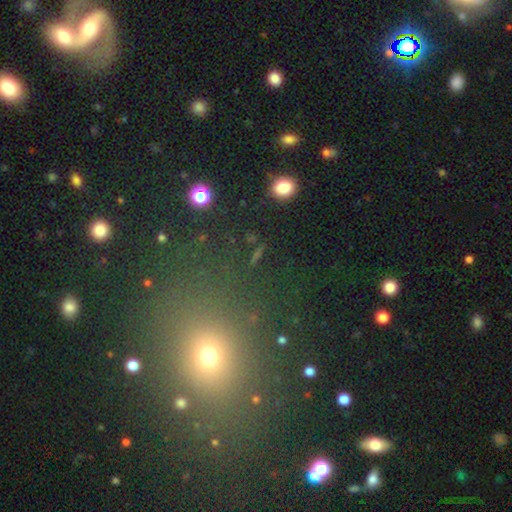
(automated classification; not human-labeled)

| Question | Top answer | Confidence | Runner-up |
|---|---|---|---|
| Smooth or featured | smooth | 48% | star or artifact (41%) |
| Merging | none | 84% | minor disturbance (8%) |